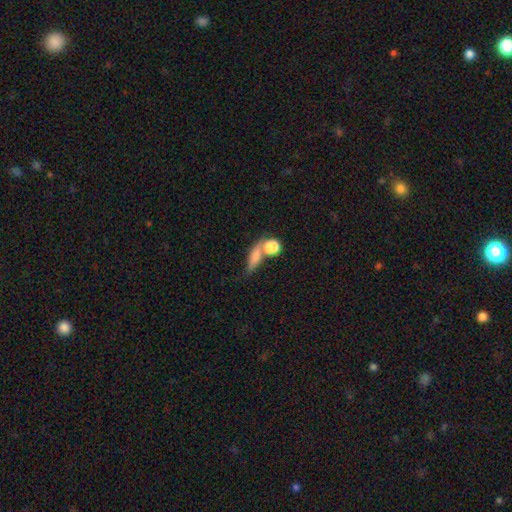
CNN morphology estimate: Q: Smooth or featured?
A: smooth (71%); runner-up: featured or disk (18%)
Q: How rounded?
A: in between (47%); runner-up: cigar-shaped (31%)
Q: Merging?
A: none (39%); runner-up: merger (38%)